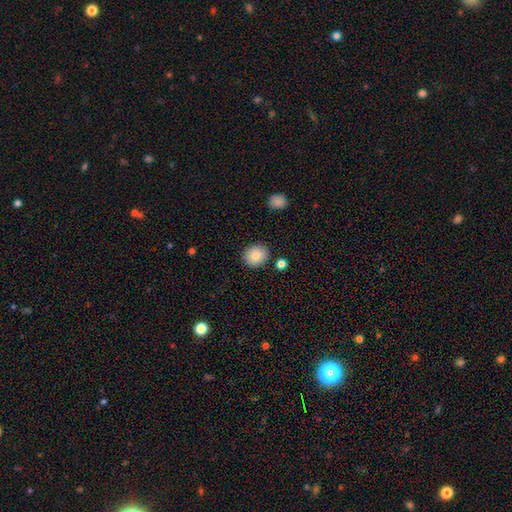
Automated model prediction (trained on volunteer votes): Q: Smooth or featured?
A: smooth (84%); runner-up: star or artifact (8%)
Q: How rounded?
A: round (78%); runner-up: in between (21%)
Q: Merging?
A: none (88%); runner-up: minor disturbance (7%)